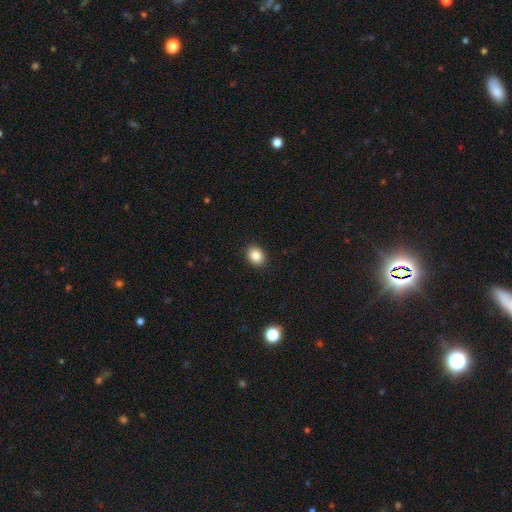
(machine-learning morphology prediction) type=smooth (86%); roundness=round (56%); merging=none (91%).